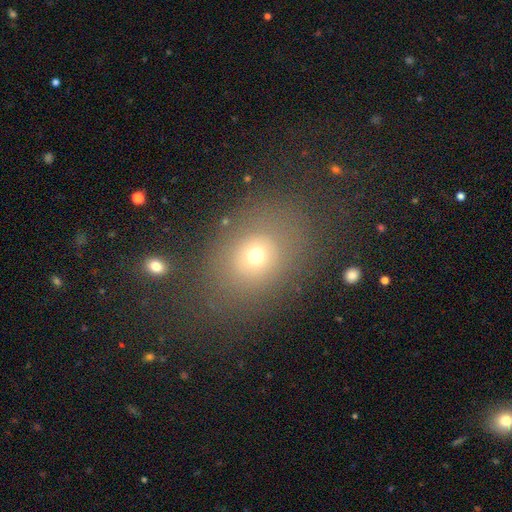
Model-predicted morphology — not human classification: Q: Smooth or featured?
A: smooth (65%); runner-up: star or artifact (18%)
Q: How rounded?
A: round (50%); runner-up: in between (48%)
Q: Merging?
A: none (72%); runner-up: minor disturbance (14%)